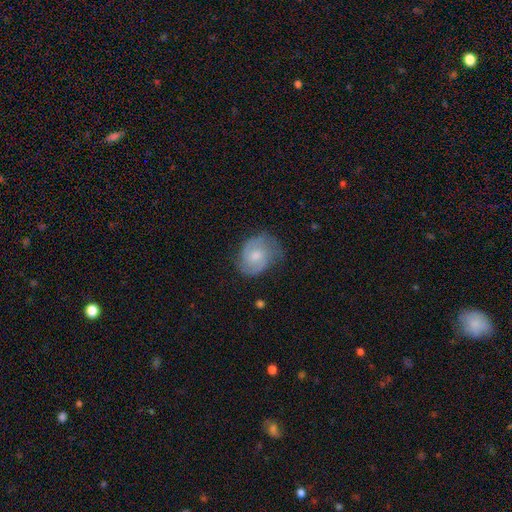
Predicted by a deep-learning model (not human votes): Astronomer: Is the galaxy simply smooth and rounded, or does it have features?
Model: featured or disk — 60%.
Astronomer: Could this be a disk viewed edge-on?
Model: no — 97%.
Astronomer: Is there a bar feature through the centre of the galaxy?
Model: no — 60% (runner-up: weak, 36%).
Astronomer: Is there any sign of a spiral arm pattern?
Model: yes — 89%.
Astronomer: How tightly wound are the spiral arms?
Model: medium — 46% (runner-up: tight, 35%).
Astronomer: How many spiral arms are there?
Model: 2 — 70%.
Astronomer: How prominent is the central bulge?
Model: moderate — 53% (runner-up: small, 37%).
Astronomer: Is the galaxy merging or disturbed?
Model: none — 58%.